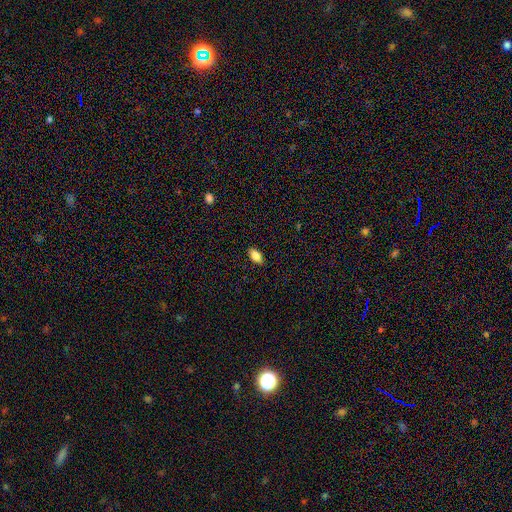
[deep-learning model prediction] Smooth or featured: smooth — 85% (star or artifact — 8%)
How rounded: in between — 91% (cigar-shaped — 5%)
Merging: none — 88% (minor disturbance — 9%)